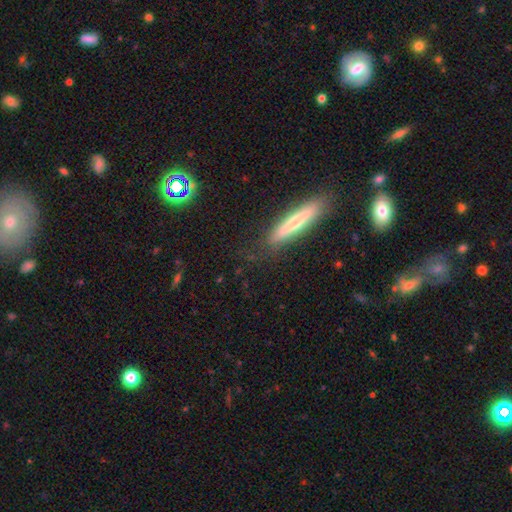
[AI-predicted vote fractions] Smooth or featured? smooth (47%)
Merging? none (81%)